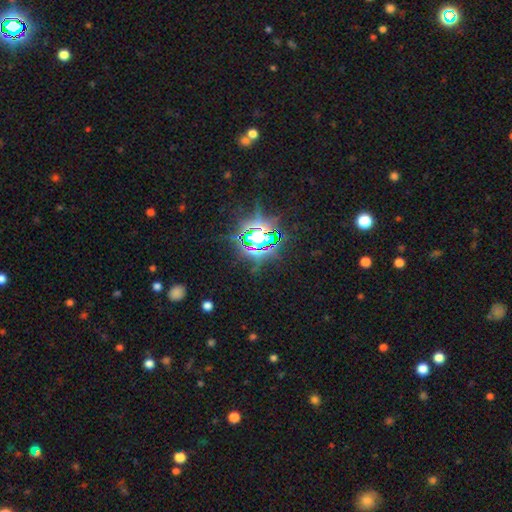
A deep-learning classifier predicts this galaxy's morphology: Smooth or featured? Predicted: star or artifact (p=0.86).